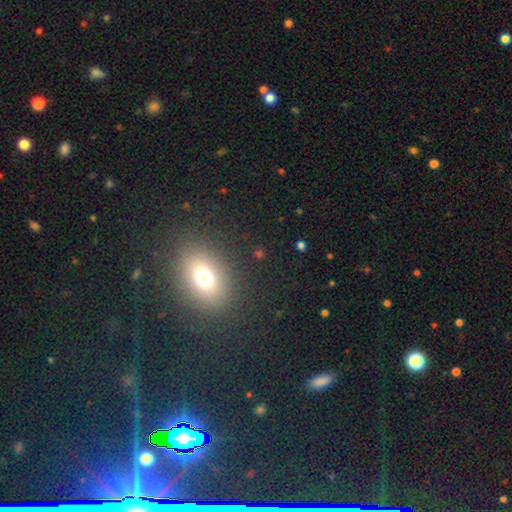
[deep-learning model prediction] Q: Smooth or featured?
A: smooth (66%); runner-up: star or artifact (22%)
Q: How rounded?
A: in between (70%); runner-up: round (27%)
Q: Merging?
A: none (88%); runner-up: minor disturbance (7%)